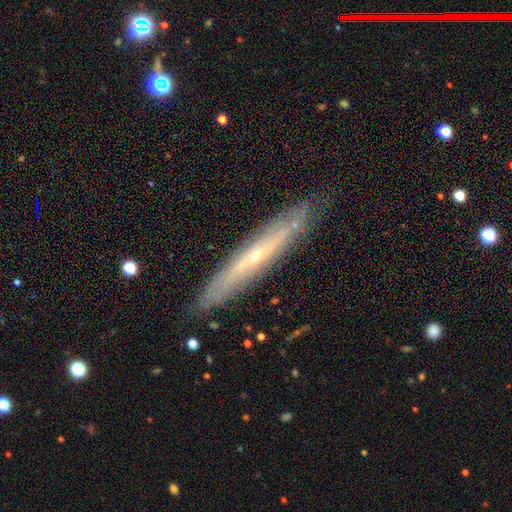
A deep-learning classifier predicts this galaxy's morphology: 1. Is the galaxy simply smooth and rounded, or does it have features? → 74% featured or disk, 19% smooth, 7% star or artifact.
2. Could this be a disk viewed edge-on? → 75% yes, 25% no.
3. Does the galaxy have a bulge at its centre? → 65% rounded, 33% none, 2% boxy.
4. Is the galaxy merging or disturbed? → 83% none, 13% minor disturbance, 2% major disturbance, 1% merger.